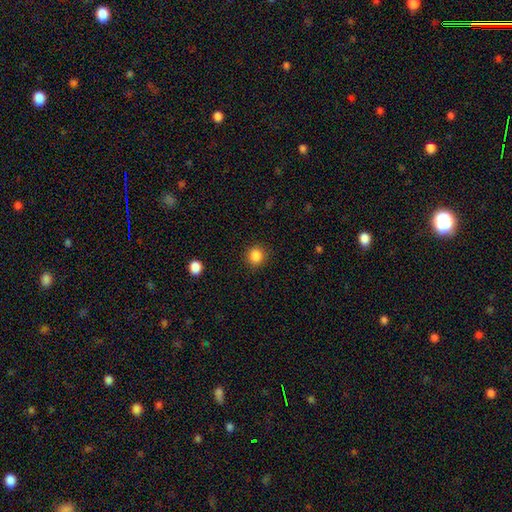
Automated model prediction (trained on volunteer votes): This is clearly a smooth galaxy (85%). How rounded: clearly round (87%). Merging: clearly none (89%).